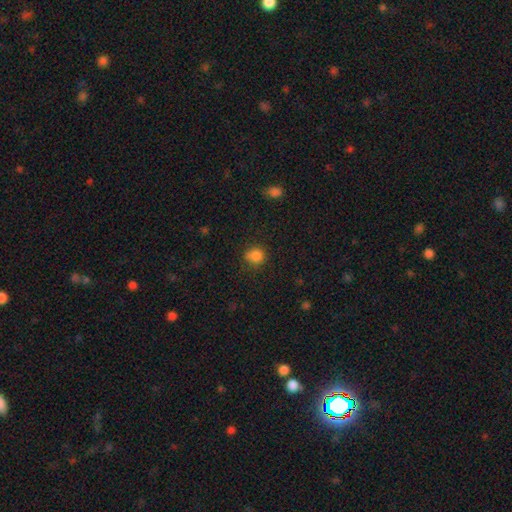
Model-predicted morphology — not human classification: A smooth galaxy with no disk features (82%) that is round (83%).

Vote fractions:
- Smooth or featured? smooth: 82% / star or artifact: 12% / featured or disk: 5%
- How rounded? round: 83% / in between: 16% / cigar-shaped: 1%
- Merging? none: 71% / minor disturbance: 19% / major disturbance: 6% / merger: 4%